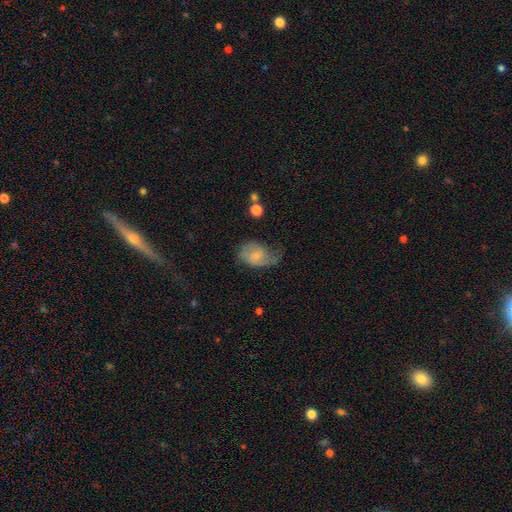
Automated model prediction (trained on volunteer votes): Smooth or featured? Predicted: smooth (p=0.52). How rounded? Predicted: in between (p=0.76). Merging? Predicted: minor disturbance (p=0.34).